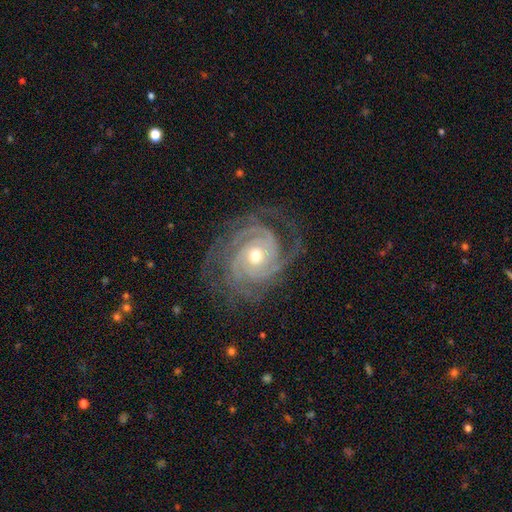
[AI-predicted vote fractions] Q: Smooth or featured?
A: featured or disk (92%); runner-up: star or artifact (5%)
Q: Edge-on disk?
A: no (97%); runner-up: yes (3%)
Q: Bar?
A: no (72%); runner-up: weak (20%)
Q: Spiral arms?
A: yes (98%); runner-up: no (2%)
Q: Spiral winding?
A: tight (72%); runner-up: medium (25%)
Q: Spiral arm count?
A: 3 (39%); runner-up: 4 (18%)
Q: Bulge size?
A: moderate (56%); runner-up: small (40%)
Q: Merging?
A: none (75%); runner-up: minor disturbance (16%)